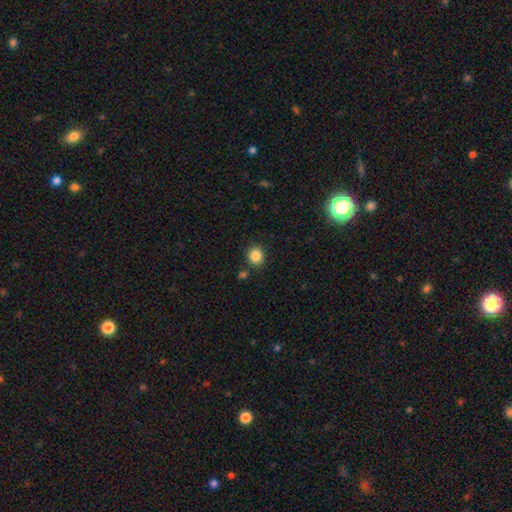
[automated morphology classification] smooth_or_featured: smooth (p=0.85) [alt: star or artifact p=0.10]
how_rounded: round (p=0.79) [alt: in between p=0.20]
merging: none (p=0.82) [alt: minor disturbance p=0.10]